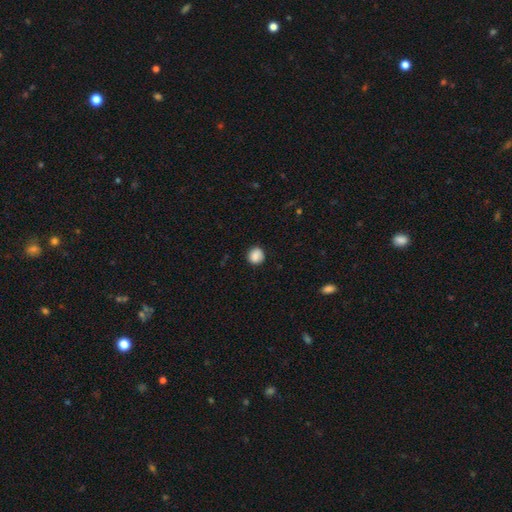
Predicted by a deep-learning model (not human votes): smooth 87%, star or artifact 9%, featured or disk 4%. Down the decision tree: how rounded — round (88%); merging — none (86%).